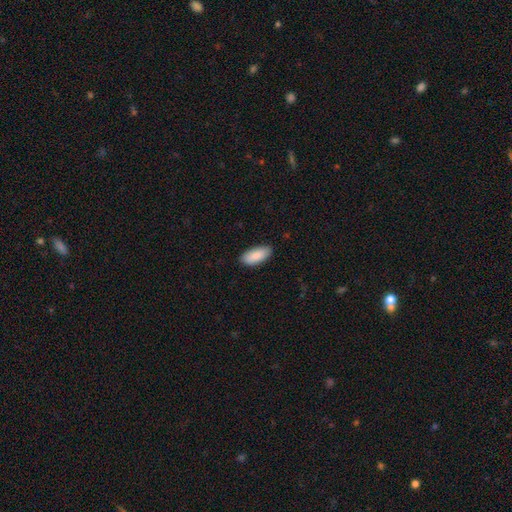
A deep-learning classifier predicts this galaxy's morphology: Smooth or featured? smooth (89%)
How rounded? in between (89%)
Merging? none (87%)